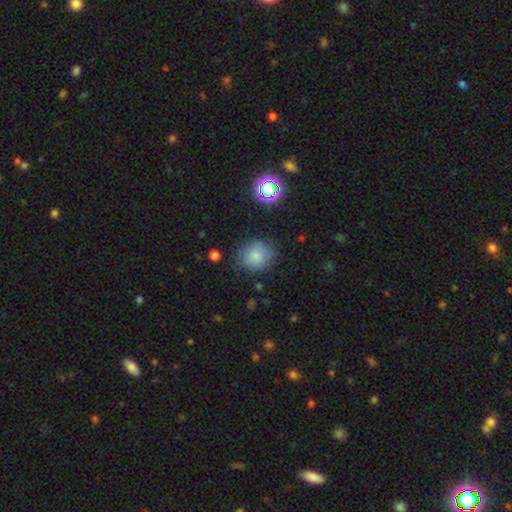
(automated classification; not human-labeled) smooth 79%, star or artifact 12%, featured or disk 8%. Down the decision tree: how rounded — round (77%); merging — none (77%).